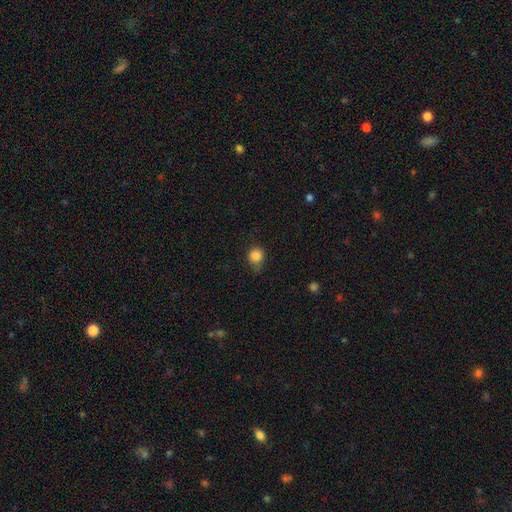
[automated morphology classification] A smooth galaxy with no disk features (85%) that is round (83%). Merging: none (59%).